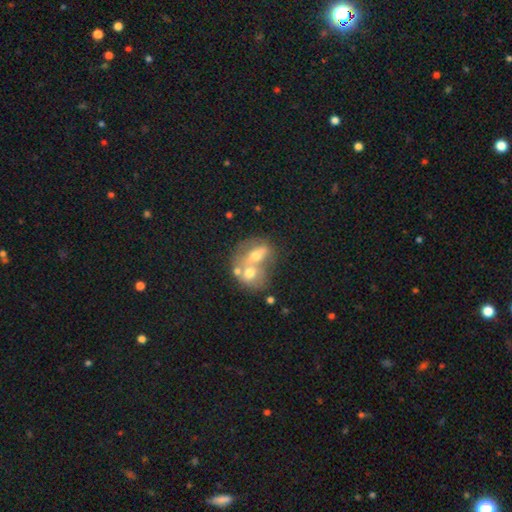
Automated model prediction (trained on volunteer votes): This is possibly a smooth galaxy (52%). How rounded: possibly in between (57%). Merging: likely merger (70%).